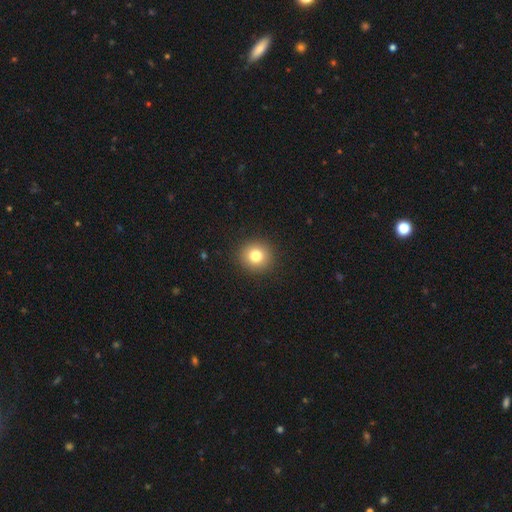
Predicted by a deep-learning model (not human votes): The model was most divided on "smooth or featured": smooth: 79%, star or artifact: 11%, featured or disk: 9%. More confident: merging — none (92%); how rounded — round (89%).